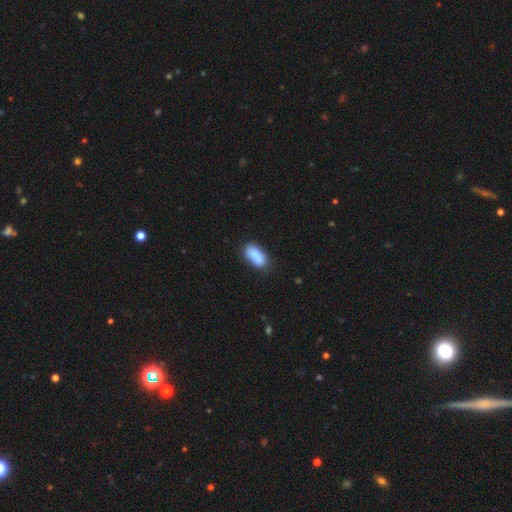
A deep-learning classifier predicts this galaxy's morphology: smooth 86%, star or artifact 7%, featured or disk 6%. Down the decision tree: how rounded — in between (88%); merging — none (74%).